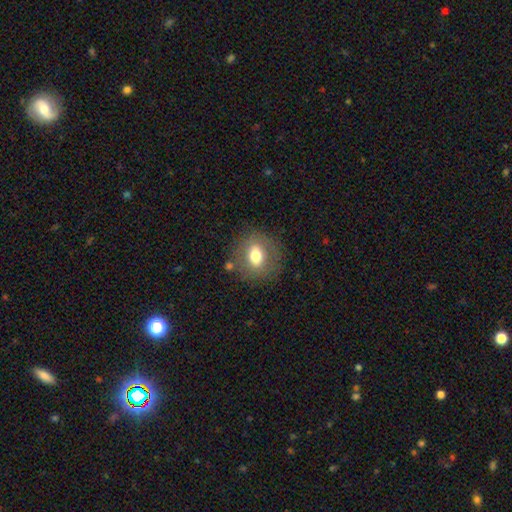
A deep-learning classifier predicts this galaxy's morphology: A smooth galaxy with no disk features (66%) that is round (63%).

Vote fractions:
- Smooth or featured? smooth: 66% / featured or disk: 25% / star or artifact: 10%
- How rounded? round: 63% / in between: 35% / cigar-shaped: 2%
- Merging? none: 80% / minor disturbance: 12% / major disturbance: 5% / merger: 3%